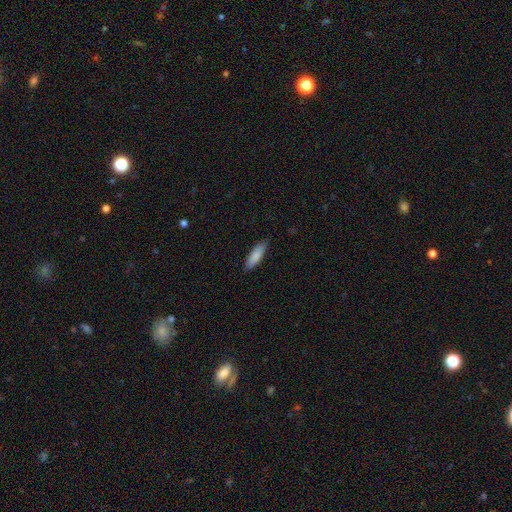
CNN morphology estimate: A smooth galaxy with no disk features (86%) that is cigar-shaped (55%). Merging: none (85%).